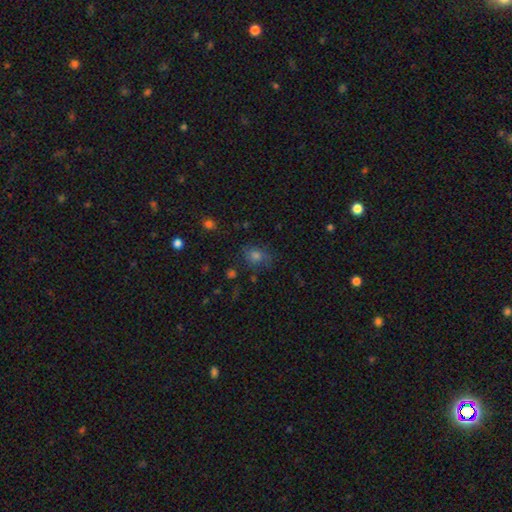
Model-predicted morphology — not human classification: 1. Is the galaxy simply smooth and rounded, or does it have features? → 63% smooth, 22% star or artifact, 14% featured or disk.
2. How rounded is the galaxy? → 50% round, 49% in between, 1% cigar-shaped.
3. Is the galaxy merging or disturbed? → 71% none, 19% minor disturbance, 7% major disturbance, 3% merger.